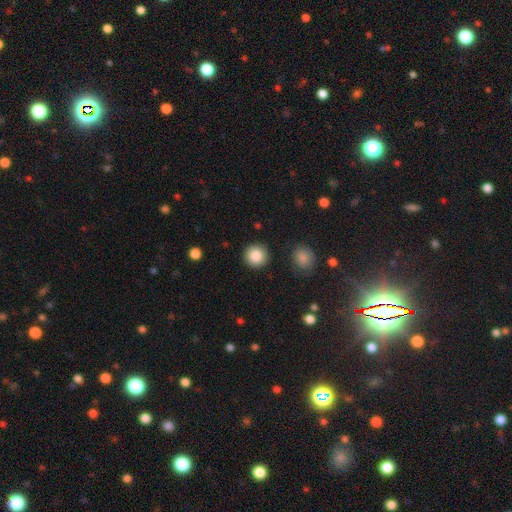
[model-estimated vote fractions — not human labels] Smooth or featured? Predicted: smooth (p=0.87). How rounded? Predicted: round (p=0.95). Merging? Predicted: none (p=0.90).